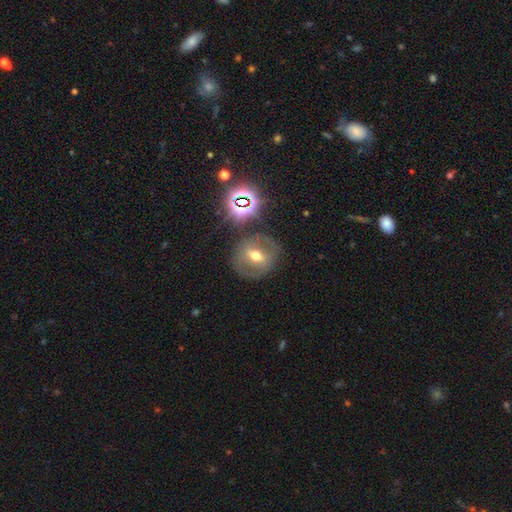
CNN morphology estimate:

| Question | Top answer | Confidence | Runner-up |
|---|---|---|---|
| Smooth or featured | featured or disk | 53% | smooth (30%) |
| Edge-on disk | no | 90% | yes (10%) |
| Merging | none | 75% | minor disturbance (13%) |